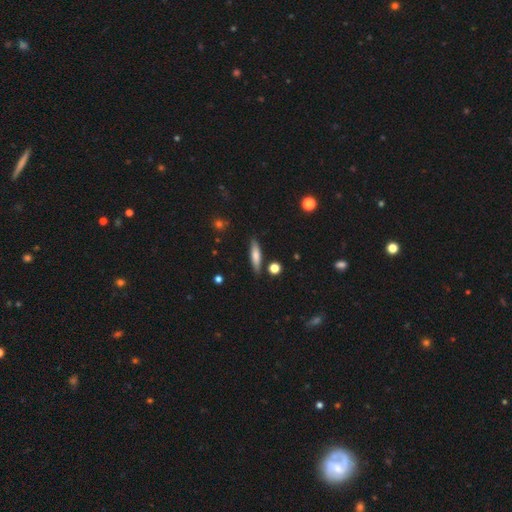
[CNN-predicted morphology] Smooth or featured? smooth (69%)
How rounded? cigar-shaped (75%)
Merging? none (84%)